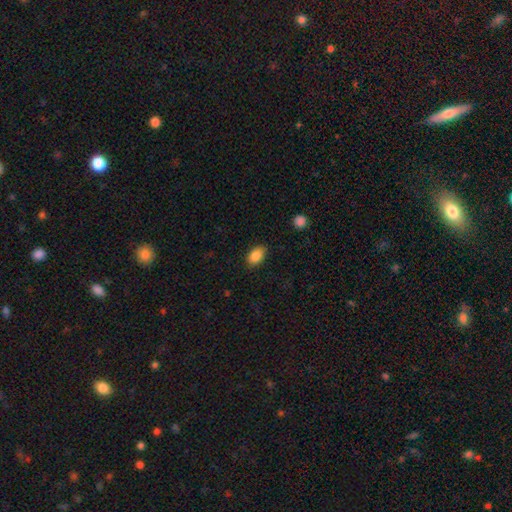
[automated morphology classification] A smooth galaxy with no disk features (87%) that is in between round and cigar-shaped (88%).

Vote fractions:
- Smooth or featured? smooth: 87% / star or artifact: 8% / featured or disk: 5%
- How rounded? in between: 88% / round: 11% / cigar-shaped: 1%
- Merging? none: 84% / minor disturbance: 12% / major disturbance: 3% / merger: 1%